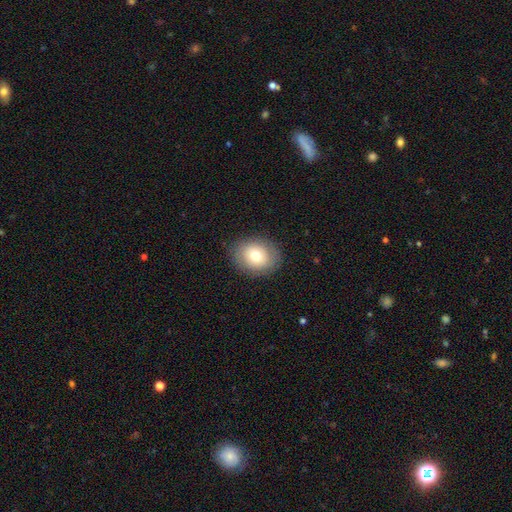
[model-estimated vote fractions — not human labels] This is likely a smooth galaxy (72%). How rounded: possibly round (56%). Merging: clearly none (86%).